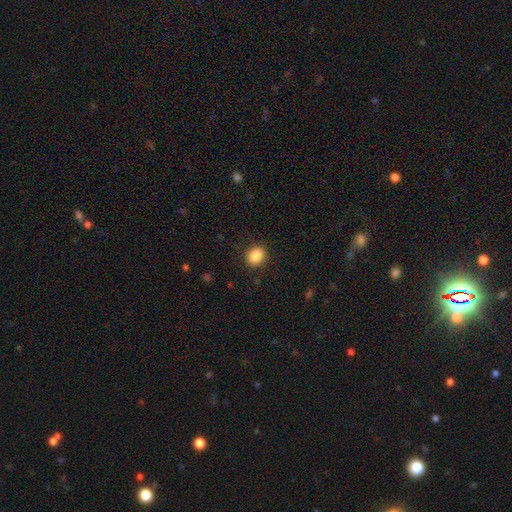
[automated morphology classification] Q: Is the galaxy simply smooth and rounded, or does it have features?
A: smooth — 87%.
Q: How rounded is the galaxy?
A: round — 61%.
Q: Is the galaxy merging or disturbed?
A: none — 89%.